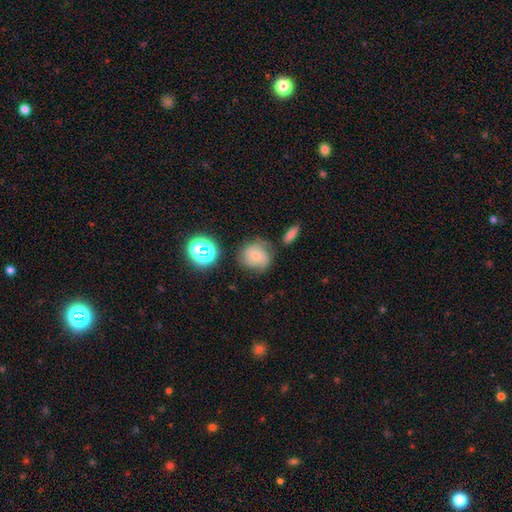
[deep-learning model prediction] Overall: smooth (53%; featured or disk 32%). How rounded: round (81%). Merging: none (60%; minor disturbance 24%).